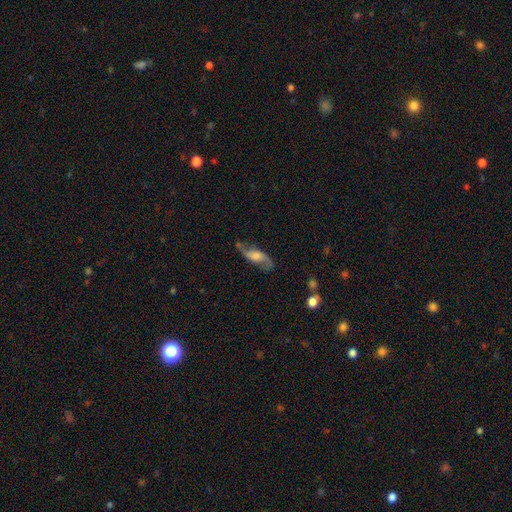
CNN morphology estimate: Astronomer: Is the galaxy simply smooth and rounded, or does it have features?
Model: featured or disk — 70%.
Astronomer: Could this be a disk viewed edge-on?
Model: no — 88%.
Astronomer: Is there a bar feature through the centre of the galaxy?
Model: no — 54% (runner-up: weak, 36%).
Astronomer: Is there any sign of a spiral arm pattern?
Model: yes — 92%.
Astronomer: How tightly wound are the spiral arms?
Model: loose — 65%.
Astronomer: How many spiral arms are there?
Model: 2 — 90%.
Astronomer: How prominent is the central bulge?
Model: moderate — 36% (runner-up: small, 26%).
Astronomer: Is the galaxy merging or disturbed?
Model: none — 68%.